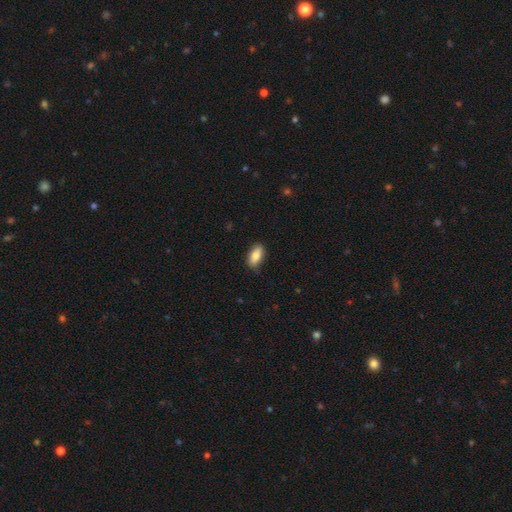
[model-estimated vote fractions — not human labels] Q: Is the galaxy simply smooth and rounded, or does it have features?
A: smooth — 85%.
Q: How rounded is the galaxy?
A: in between — 89%.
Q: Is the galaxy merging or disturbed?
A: none — 83%.